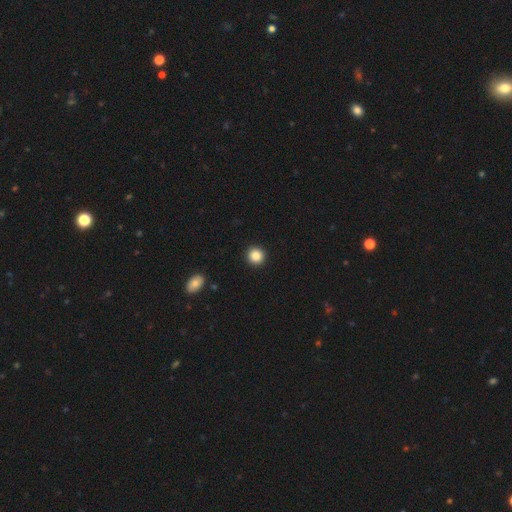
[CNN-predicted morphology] Smooth or featured? Predicted: smooth (p=0.85). How rounded? Predicted: round (p=0.94). Merging? Predicted: none (p=0.93).